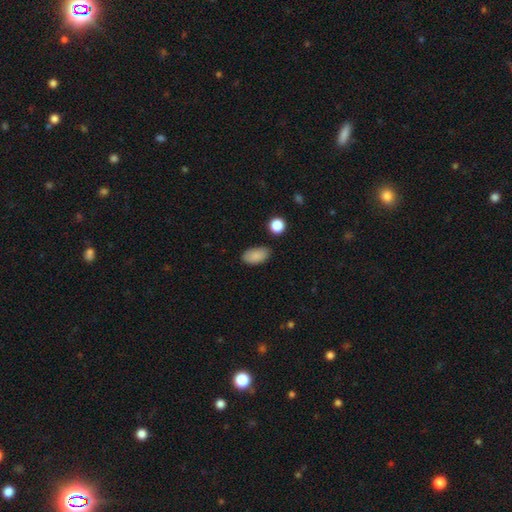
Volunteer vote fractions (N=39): A smooth galaxy with no disk features (87%) that is in between round and cigar-shaped (85%).

Vote fractions:
- Smooth or featured? smooth: 87% / featured or disk: 8% / star or artifact: 5%
- How rounded? in between: 85% / round: 15% / cigar-shaped: 0%
- Merging? none: 89% / minor disturbance: 5% / major disturbance: 5% / merger: 0%